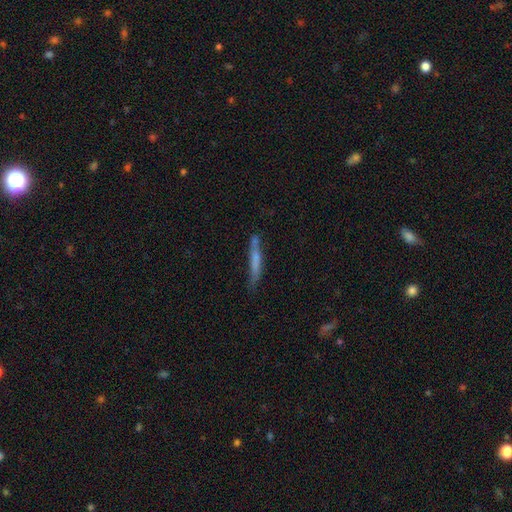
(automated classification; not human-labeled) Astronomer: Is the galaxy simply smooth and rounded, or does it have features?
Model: smooth — 49% (runner-up: featured or disk, 42%).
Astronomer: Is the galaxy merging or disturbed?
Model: none — 72%.